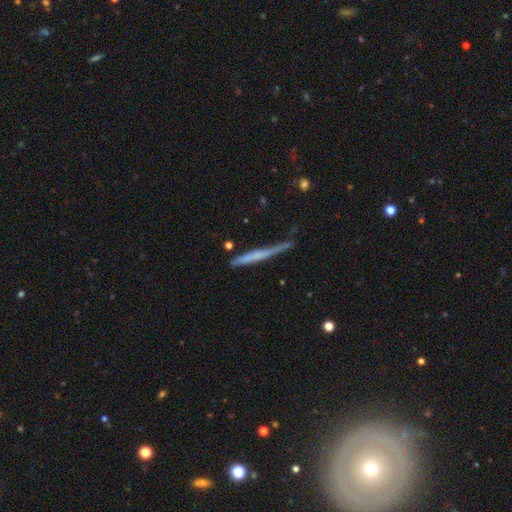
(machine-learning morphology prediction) The model was most divided on "smooth or featured": smooth: 49%, featured or disk: 45%, star or artifact: 7%. More confident: merging — none (66%).